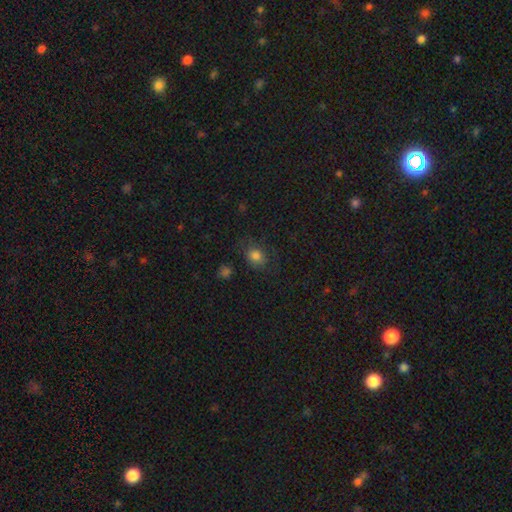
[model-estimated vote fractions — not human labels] The model was most divided on "how rounded": round: 50%, in between: 49%, cigar-shaped: 1%. More confident: smooth or featured — smooth (81%); merging — none (72%).